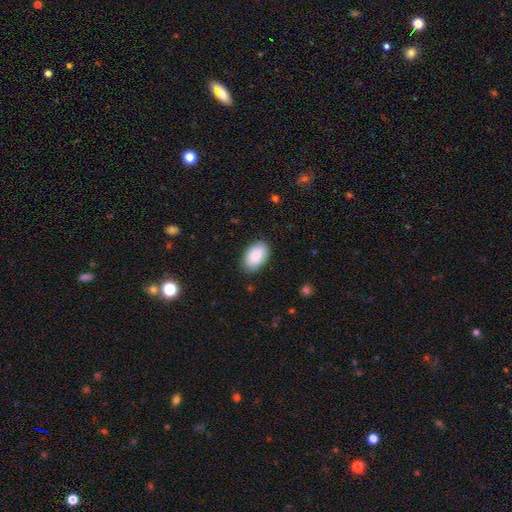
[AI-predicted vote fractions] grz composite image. It shows a smooth galaxy with no disk features (82%) that is in between round and cigar-shaped (92%). Merging: none (81%).